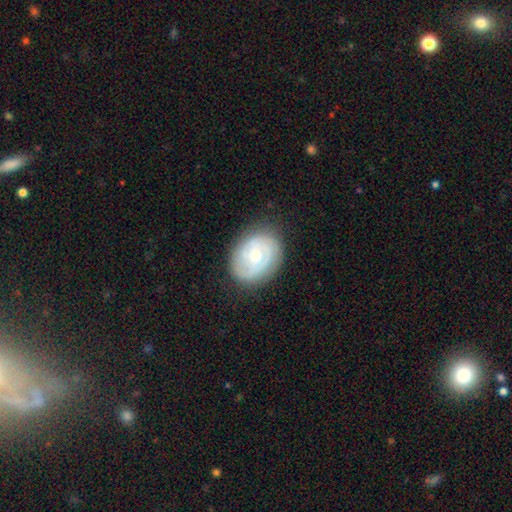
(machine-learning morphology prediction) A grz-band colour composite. It shows a featured or disk galaxy (67%) with no bar (63%), 2 (46%) tight (61%) spiral arms (85%) and a moderate central bulge (48%). Merging: none (76%).